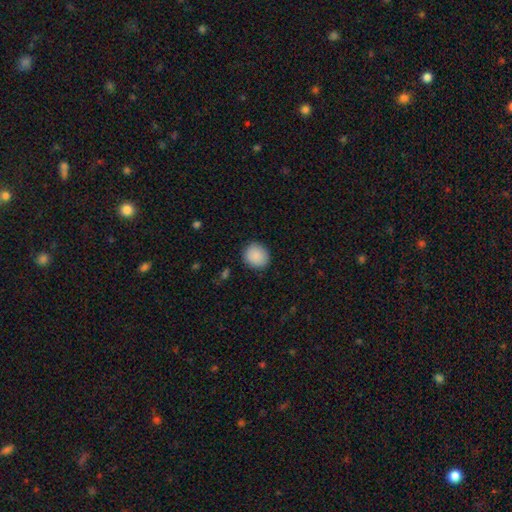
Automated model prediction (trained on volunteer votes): A smooth galaxy with no disk features (89%) that is round (80%).

Vote fractions:
- Smooth or featured? smooth: 89% / star or artifact: 7% / featured or disk: 3%
- How rounded? round: 80% / in between: 19% / cigar-shaped: 1%
- Merging? none: 89% / minor disturbance: 8% / major disturbance: 2% / merger: 1%